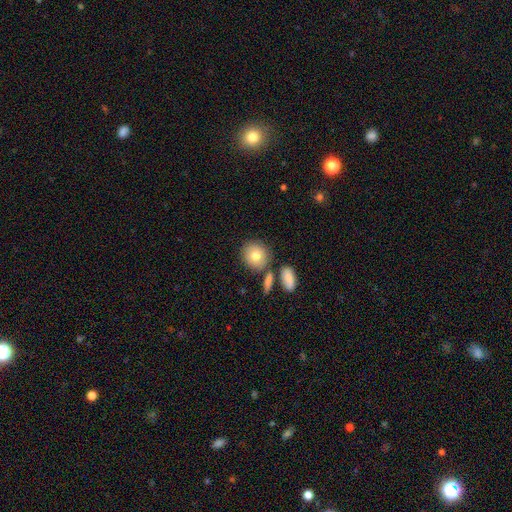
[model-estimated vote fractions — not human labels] smooth 77%, featured or disk 15%, star or artifact 8%. Down the decision tree: how rounded — round (79%); merging — none (73%).